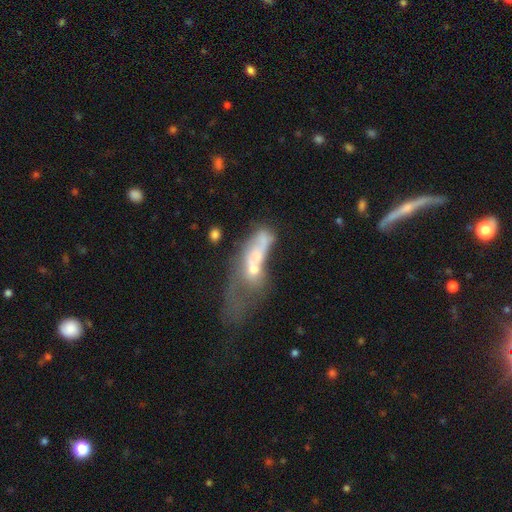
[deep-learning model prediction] This is possibly a featured or disk galaxy (46%). Merging: possibly merger (54%).